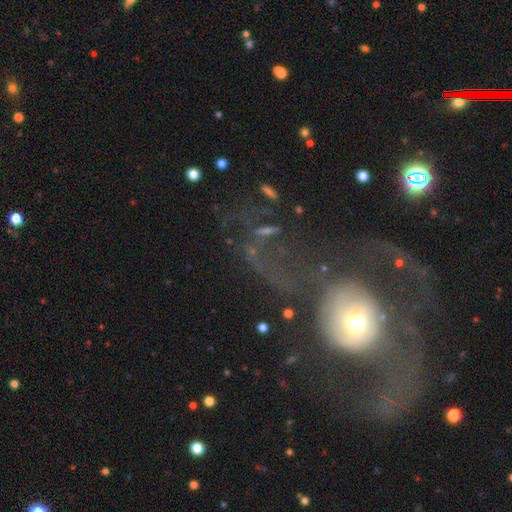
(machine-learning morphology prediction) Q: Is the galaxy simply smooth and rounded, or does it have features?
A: featured or disk — 44%.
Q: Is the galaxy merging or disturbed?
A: major disturbance — 47%.